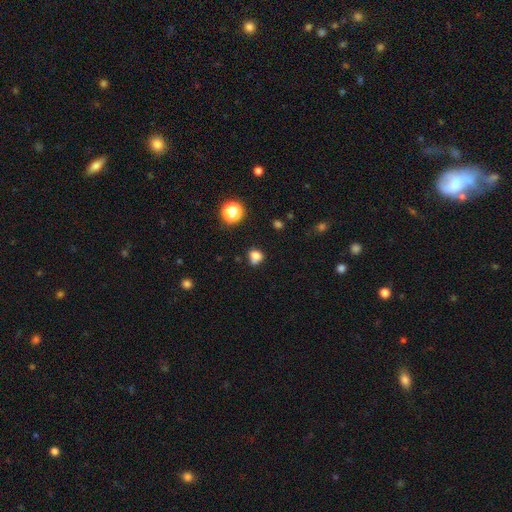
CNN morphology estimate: Smooth or featured? Predicted: smooth (p=0.75). How rounded? Predicted: round (p=0.64). Merging? Predicted: none (p=0.48).